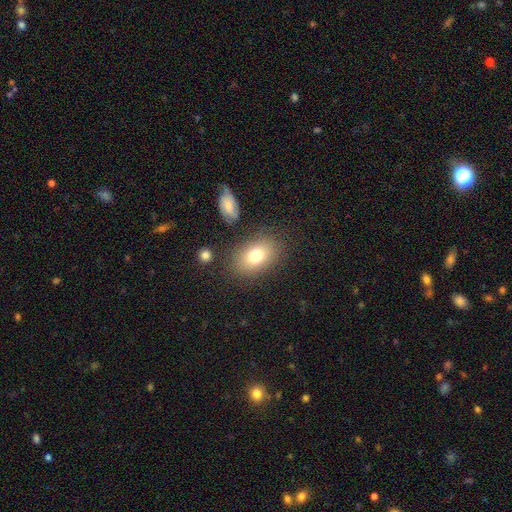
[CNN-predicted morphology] Q: Smooth or featured?
A: smooth (78%); runner-up: featured or disk (13%)
Q: How rounded?
A: in between (83%); runner-up: round (16%)
Q: Merging?
A: none (81%); runner-up: minor disturbance (11%)